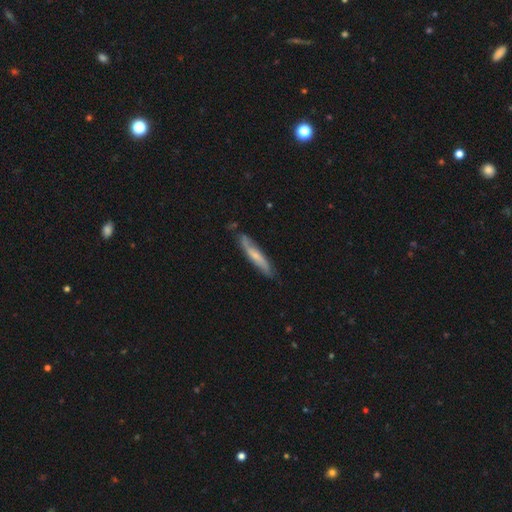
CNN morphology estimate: This is possibly a featured or disk galaxy (51%). It is possibly viewed edge-on (56%). Merging: likely none (73%).